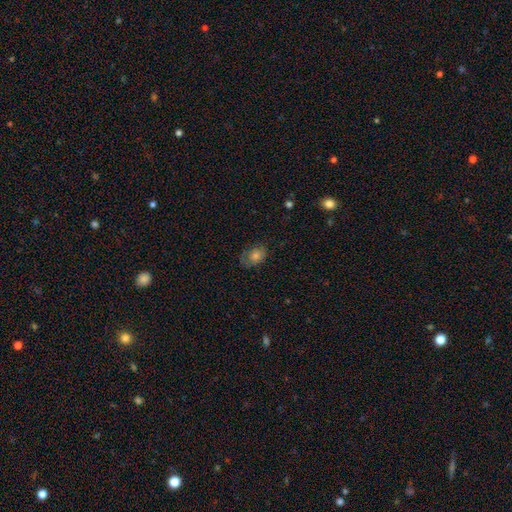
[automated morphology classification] Smooth or featured: smooth — 62% (featured or disk — 24%)
How rounded: in between — 65% (round — 34%)
Merging: none — 67% (minor disturbance — 22%)